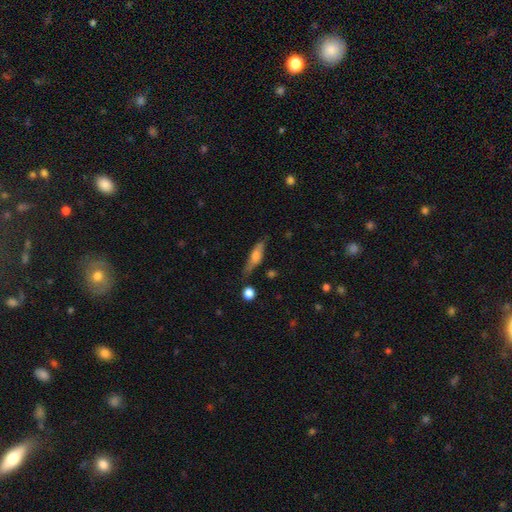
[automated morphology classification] This appears to be a smooth galaxy with no disk features (55%) that is cigar-shaped (63%). Merging: none (64%).